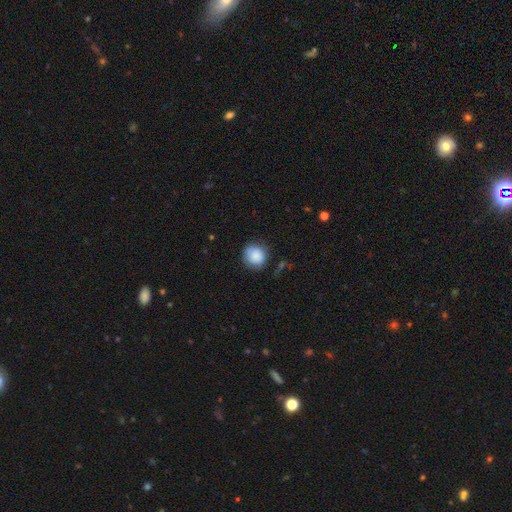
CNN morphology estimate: The model was most divided on "merging": none: 70%, minor disturbance: 21%, major disturbance: 6%, merger: 3%. More confident: how rounded — round (87%); smooth or featured — smooth (84%).